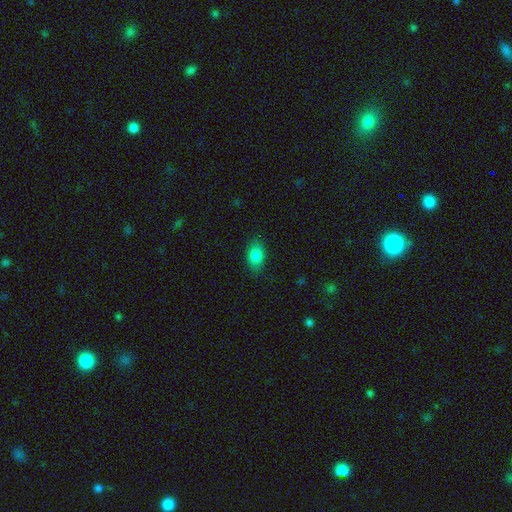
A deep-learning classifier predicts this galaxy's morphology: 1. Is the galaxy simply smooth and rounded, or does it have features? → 84% smooth, 9% star or artifact, 7% featured or disk.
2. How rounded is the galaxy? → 80% in between, 17% round, 2% cigar-shaped.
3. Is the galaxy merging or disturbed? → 84% none, 12% minor disturbance, 3% major disturbance, 1% merger.